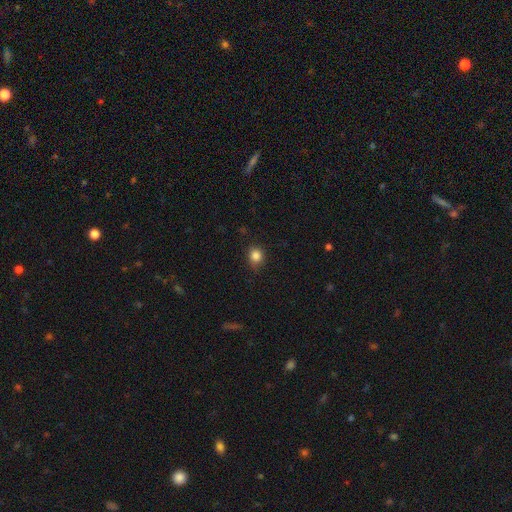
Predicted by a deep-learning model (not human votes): This appears to be a smooth galaxy with no disk features (85%) that is round (78%). Merging: none (82%).